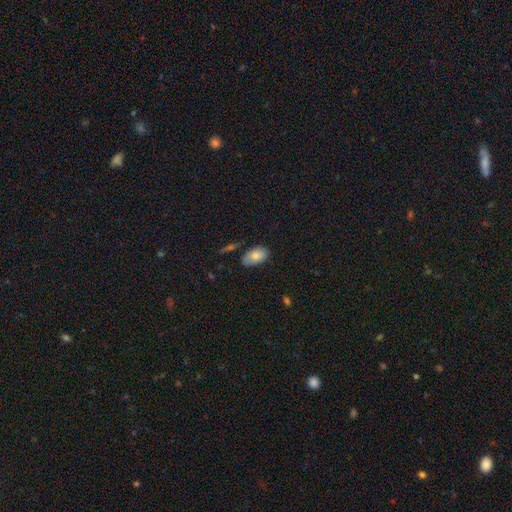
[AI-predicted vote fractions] smooth-or-featured: smooth: 79% | featured or disk: 14% | star or artifact: 7%
  how-rounded: in between: 93% | round: 5% | cigar-shaped: 2%
  merging: none: 71% | minor disturbance: 22% | major disturbance: 4% | merger: 3%